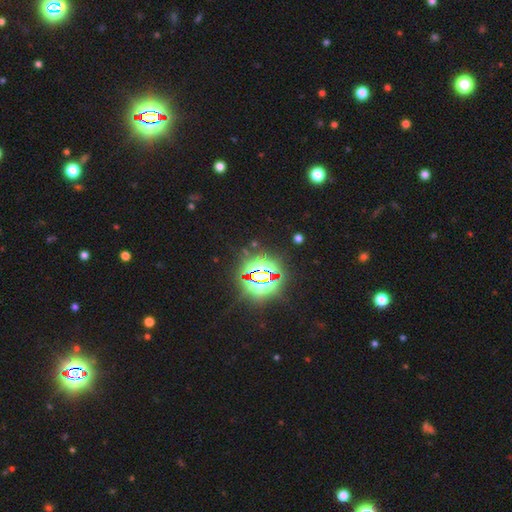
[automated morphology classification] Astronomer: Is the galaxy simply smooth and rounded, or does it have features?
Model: star or artifact — 85%.